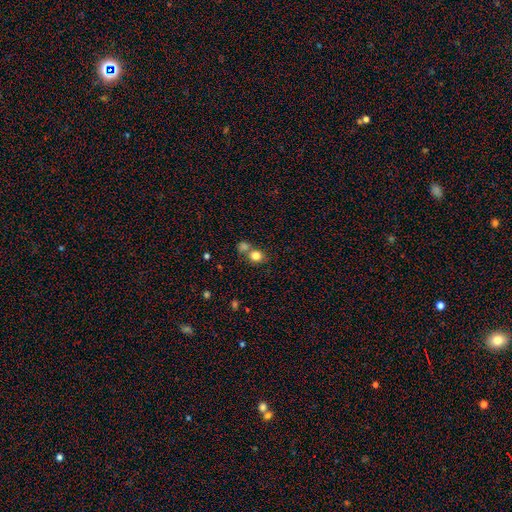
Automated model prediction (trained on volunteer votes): Morphology: type=smooth (81%); roundness=round (73%); merging=none (49%).